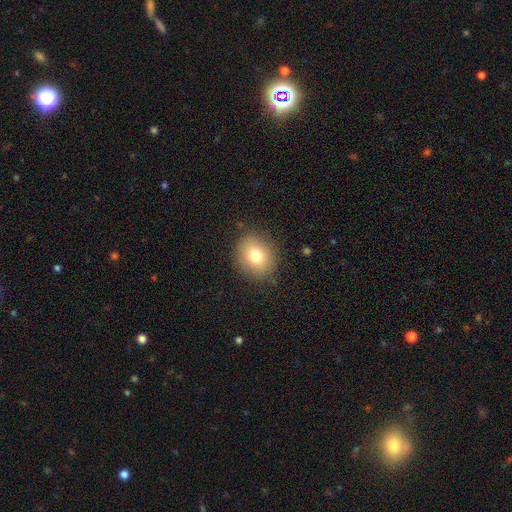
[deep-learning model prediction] This appears to be a smooth galaxy with no disk features (77%) that is round (68%). Merging: none (85%).